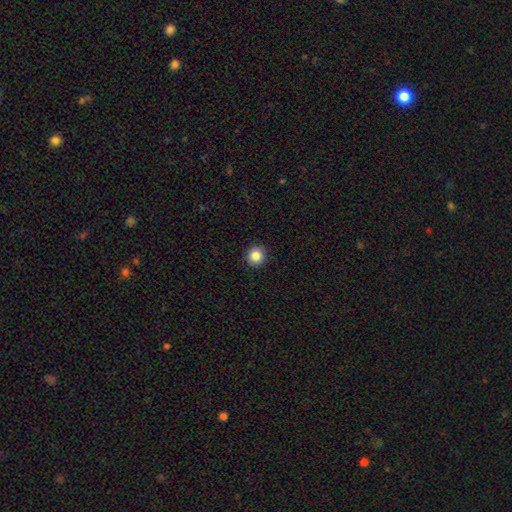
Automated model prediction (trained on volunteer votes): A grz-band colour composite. It shows a smooth galaxy with no disk features (85%) that is round (92%). Merging: none (92%).